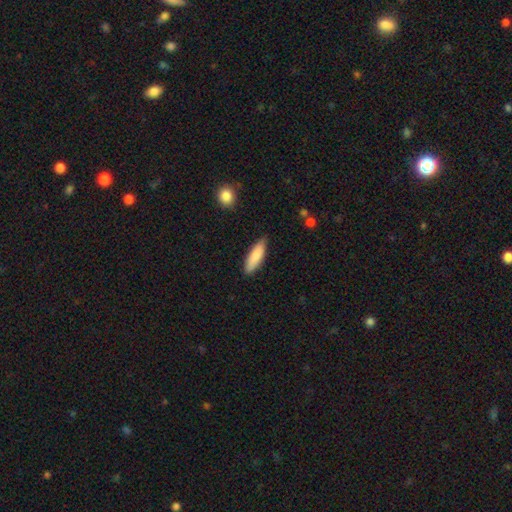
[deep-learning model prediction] smooth 84%, featured or disk 10%, star or artifact 6%. Down the decision tree: how rounded — cigar-shaped (54%); merging — none (82%).